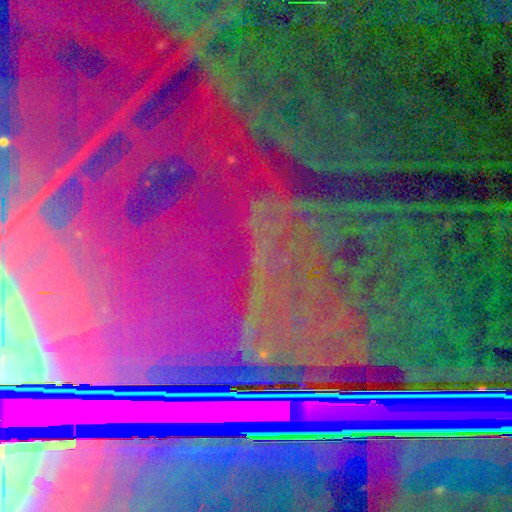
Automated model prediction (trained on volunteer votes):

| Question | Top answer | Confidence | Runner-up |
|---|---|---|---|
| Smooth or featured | star or artifact | 89% | featured or disk (6%) |